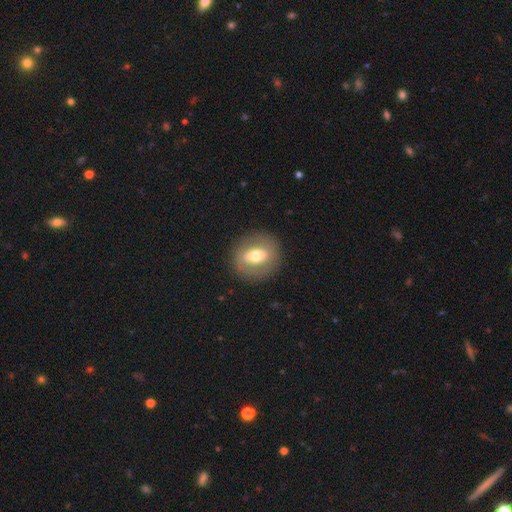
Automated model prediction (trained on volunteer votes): smooth 50%, featured or disk 43%, star or artifact 7%. Down the decision tree: merging — none (84%).